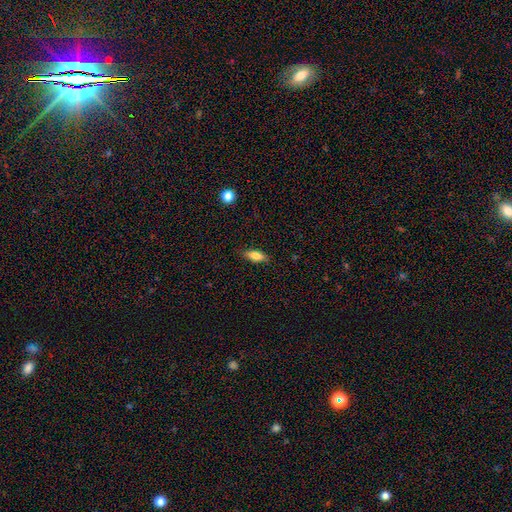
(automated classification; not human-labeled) Smooth or featured: smooth — 75% (featured or disk — 17%)
How rounded: in between — 71% (cigar-shaped — 26%)
Merging: none — 86% (minor disturbance — 11%)